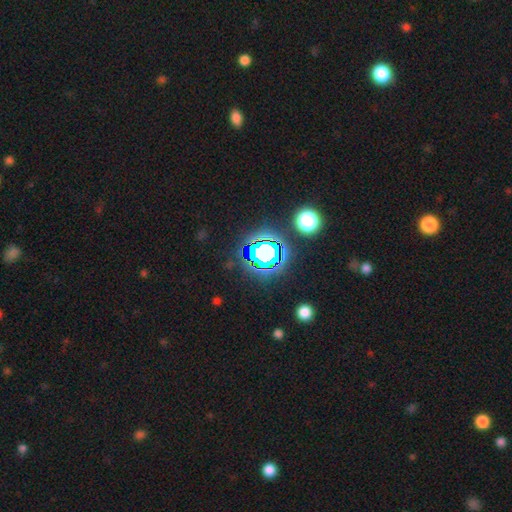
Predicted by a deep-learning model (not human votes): Overall: star or artifact (79%).